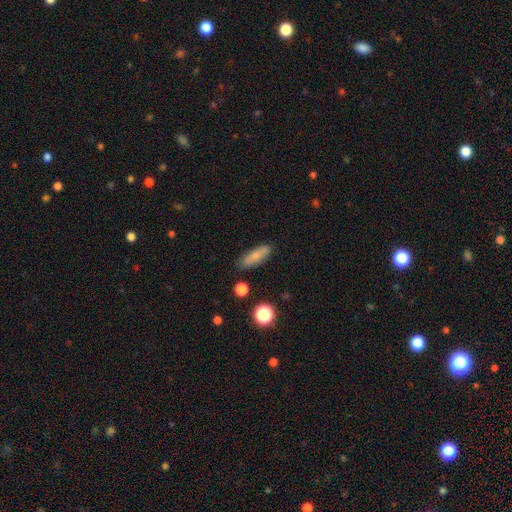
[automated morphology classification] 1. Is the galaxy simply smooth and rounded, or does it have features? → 74% smooth, 17% featured or disk, 9% star or artifact.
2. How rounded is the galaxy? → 54% in between, 42% cigar-shaped, 4% round.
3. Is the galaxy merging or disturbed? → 82% none, 13% minor disturbance, 3% major disturbance, 2% merger.